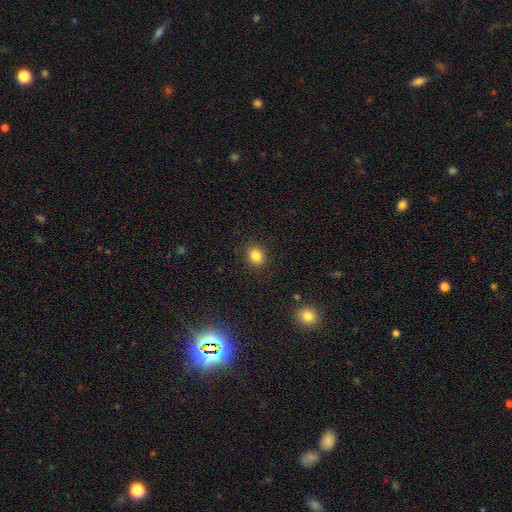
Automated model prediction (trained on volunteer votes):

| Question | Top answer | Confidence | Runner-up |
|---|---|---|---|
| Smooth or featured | smooth | 83% | star or artifact (11%) |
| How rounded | round | 75% | in between (25%) |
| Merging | none | 90% | minor disturbance (7%) |